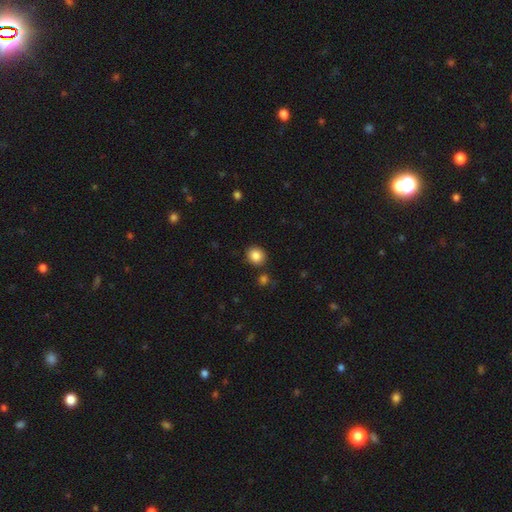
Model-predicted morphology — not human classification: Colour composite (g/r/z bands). It shows a smooth galaxy with no disk features (86%) that is round (79%). Merging: none (85%).